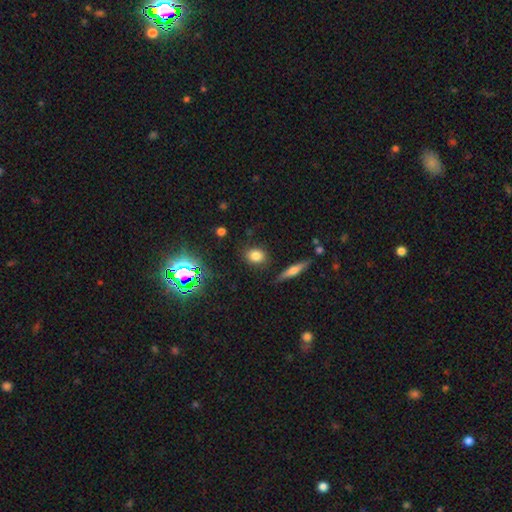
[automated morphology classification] Smooth or featured? Predicted: smooth (p=0.77). How rounded? Predicted: round (p=0.49). Merging? Predicted: none (p=0.85).